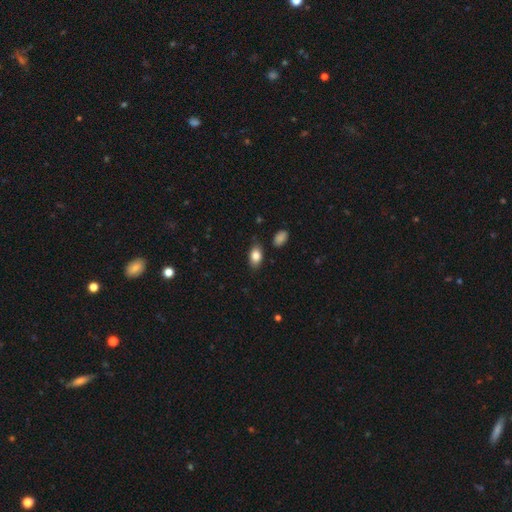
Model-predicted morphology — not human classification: A smooth galaxy with no disk features (84%) that is in between round and cigar-shaped (89%). Merging: none (81%).